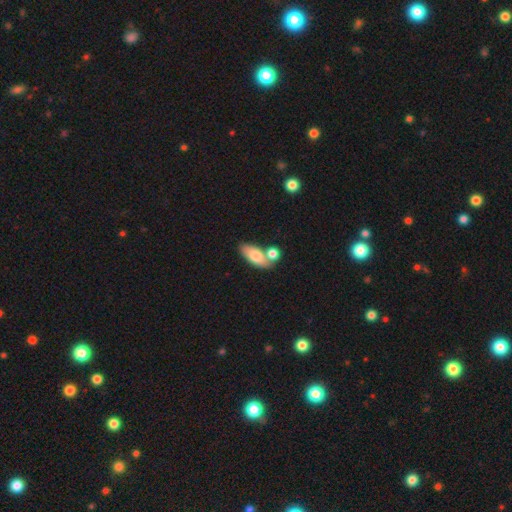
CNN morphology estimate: The model was most divided on "merging": none: 49%, merger: 35%, minor disturbance: 12%, major disturbance: 4%. More confident: how rounded — in between (86%); smooth or featured — smooth (75%).